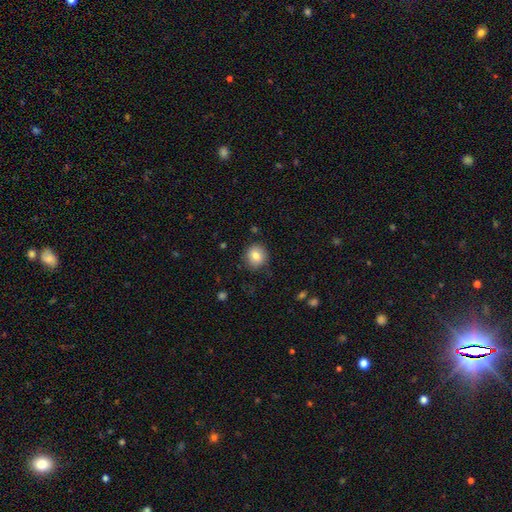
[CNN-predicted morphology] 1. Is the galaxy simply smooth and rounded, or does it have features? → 80% smooth, 10% featured or disk, 10% star or artifact.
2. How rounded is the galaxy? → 87% round, 12% in between, 1% cigar-shaped.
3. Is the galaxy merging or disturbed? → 85% none, 11% minor disturbance, 3% major disturbance, 1% merger.